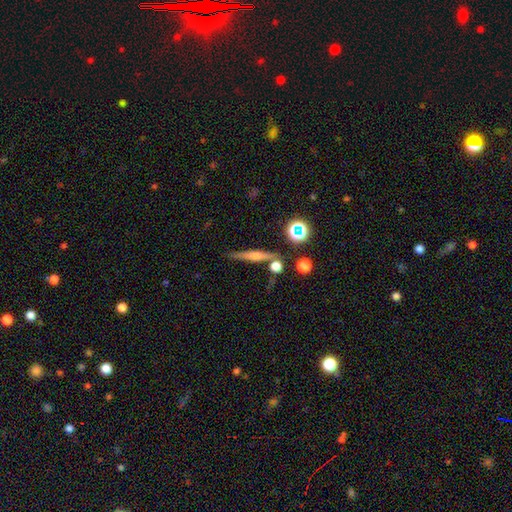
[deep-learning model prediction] This is marginally a featured or disk galaxy (45%). Merging: likely none (77%).